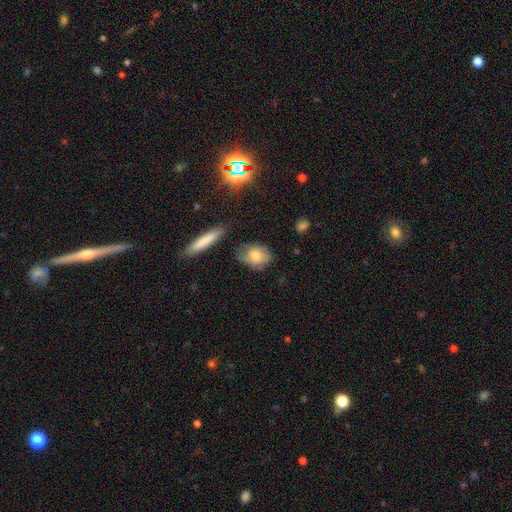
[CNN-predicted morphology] type=smooth (68%); roundness=in between (71%); merging=none (56%).